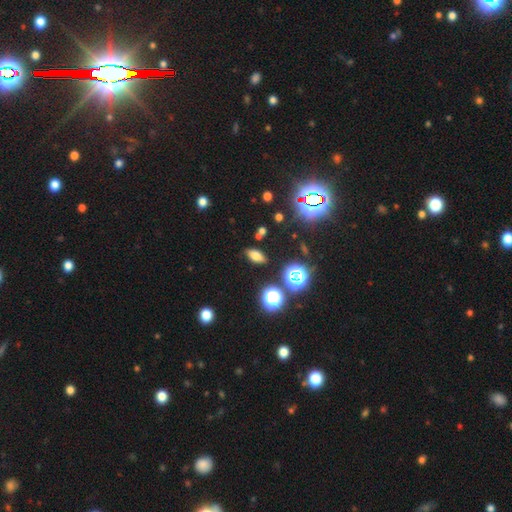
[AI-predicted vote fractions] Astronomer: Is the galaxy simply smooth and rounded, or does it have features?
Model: smooth — 66%.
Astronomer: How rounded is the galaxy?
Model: in between — 82%.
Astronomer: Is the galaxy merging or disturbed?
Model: none — 84%.